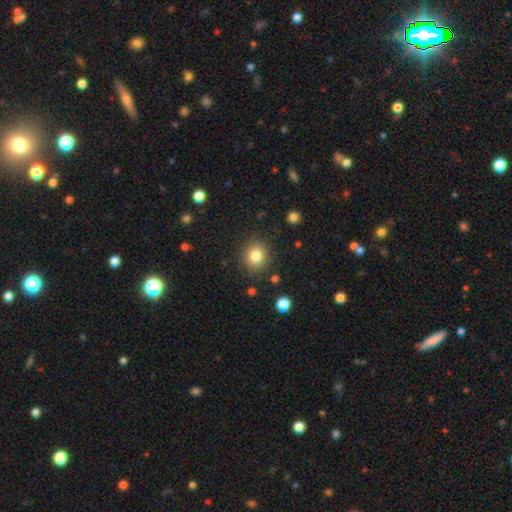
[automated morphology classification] Smooth or featured?
  - smooth: 81% *
  - star or artifact: 11%
  - featured or disk: 8%
How rounded?
  - round: 76% *
  - in between: 23%
  - cigar-shaped: 1%
Merging?
  - none: 87% *
  - minor disturbance: 8%
  - major disturbance: 3%
  - merger: 2%